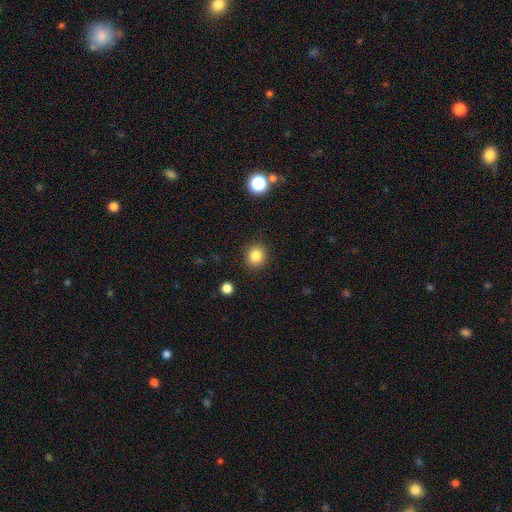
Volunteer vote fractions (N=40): A smooth galaxy with no disk features (88%) that is round (83%).

Vote fractions:
- Smooth or featured? smooth: 88% / star or artifact: 8% / featured or disk: 5%
- How rounded? round: 83% / in between: 14% / cigar-shaped: 3%
- Merging? none: 84% / minor disturbance: 16% / major disturbance: 0% / merger: 0%